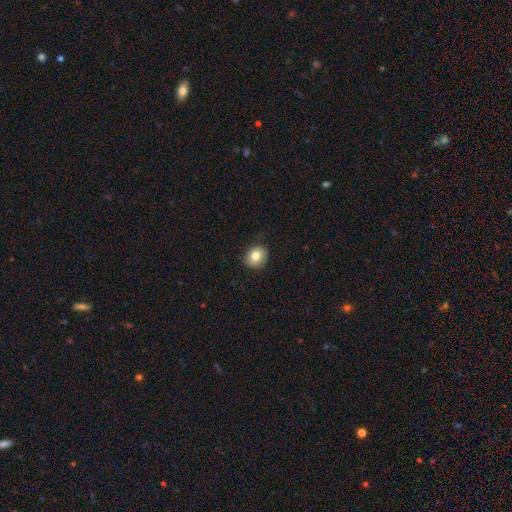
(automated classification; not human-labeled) This appears to be a smooth galaxy with no disk features (81%) that is round (69%). Merging: none (85%).